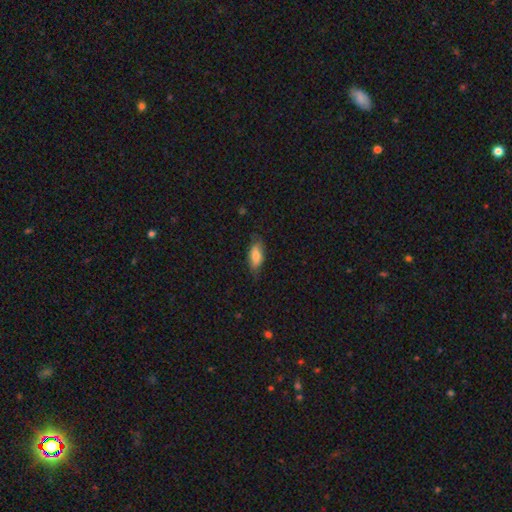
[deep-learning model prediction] Overall: smooth (78%). How rounded: in between (82%). Merging: none (71%).